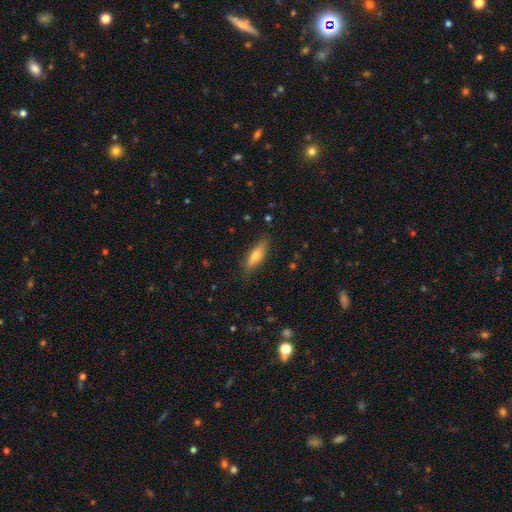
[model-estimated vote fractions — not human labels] smooth_or_featured: smooth (p=0.59) [alt: featured or disk p=0.34]
how_rounded: cigar-shaped (p=0.57) [alt: in between p=0.41]
merging: none (p=0.81) [alt: minor disturbance p=0.15]